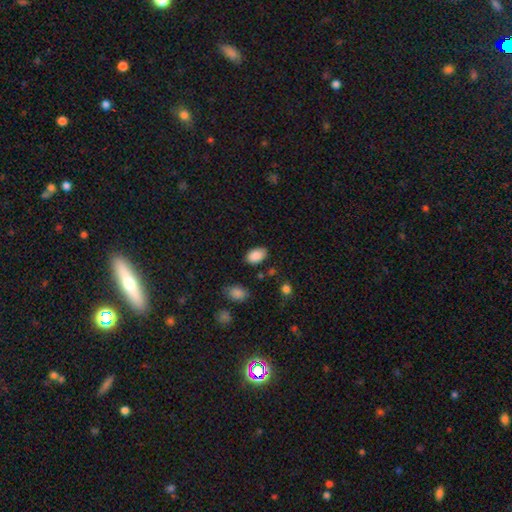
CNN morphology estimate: Q: Smooth or featured?
A: smooth (88%); runner-up: star or artifact (8%)
Q: How rounded?
A: in between (90%); runner-up: round (9%)
Q: Merging?
A: none (82%); runner-up: minor disturbance (13%)